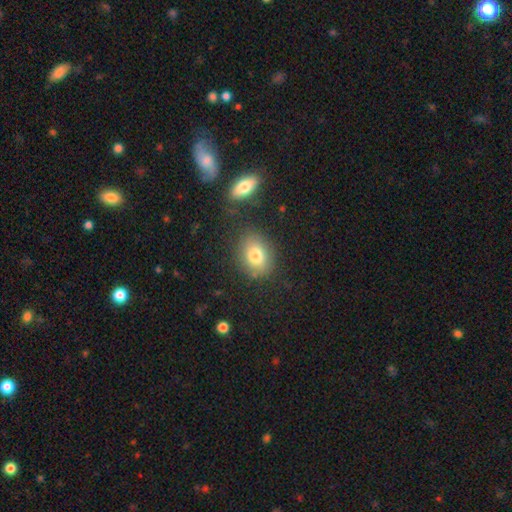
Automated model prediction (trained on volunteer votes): Overall: smooth (79%). How rounded: in between (55%; round 44%). Merging: none (79%).